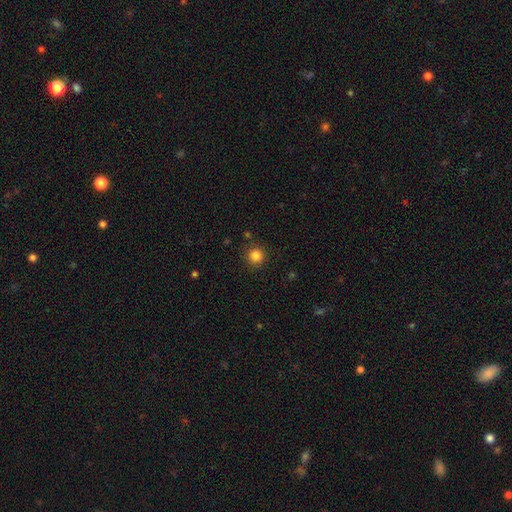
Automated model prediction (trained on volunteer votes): This appears to be a smooth galaxy with no disk features (84%) that is round (94%). Merging: none (89%).